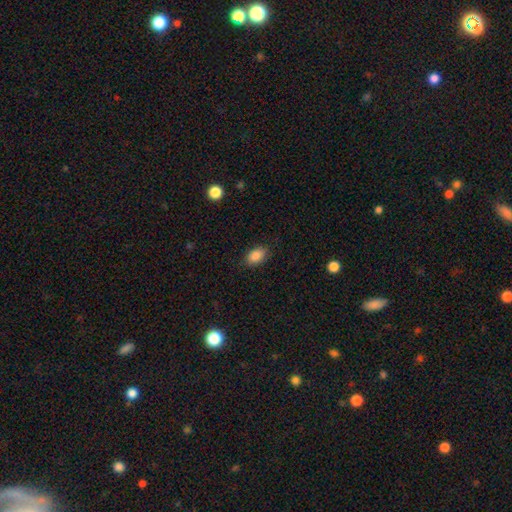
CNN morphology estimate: Smooth or featured? Predicted: smooth (p=0.88). How rounded? Predicted: in between (p=0.90). Merging? Predicted: none (p=0.86).